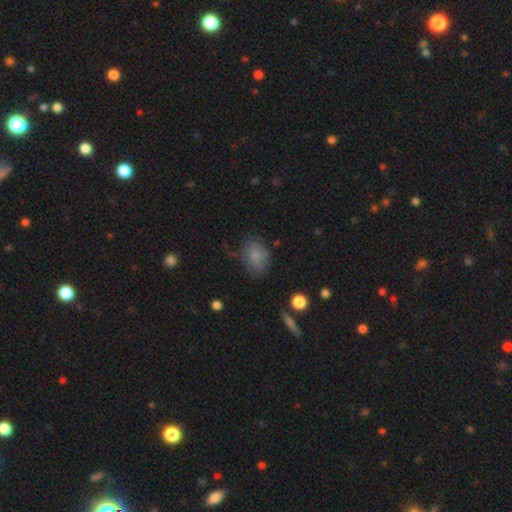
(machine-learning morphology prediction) Smooth or featured: smooth — 80% (featured or disk — 11%)
How rounded: in between — 72% (round — 26%)
Merging: none — 60% (minor disturbance — 26%)